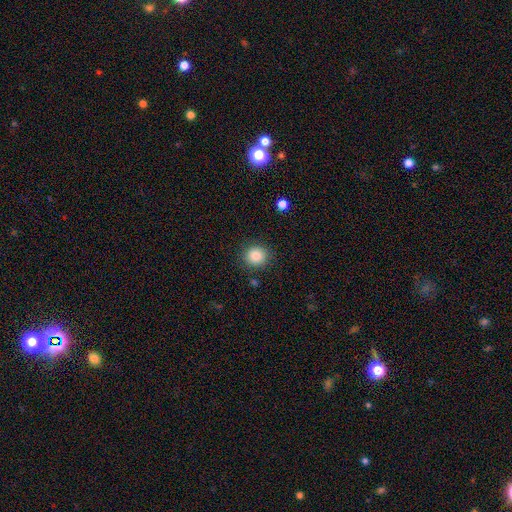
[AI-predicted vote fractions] Smooth or featured? smooth (85%)
How rounded? round (89%)
Merging? none (88%)